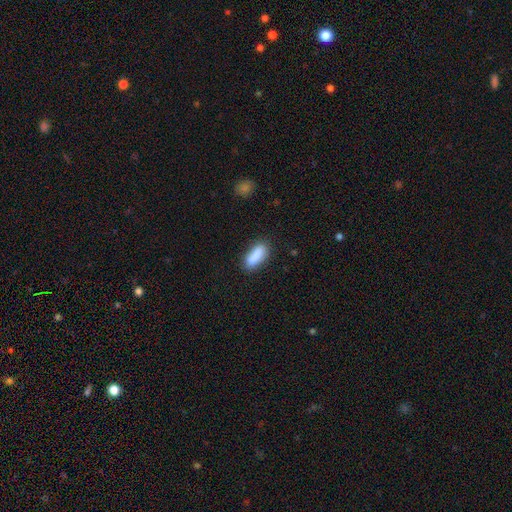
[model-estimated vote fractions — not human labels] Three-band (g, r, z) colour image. It shows a smooth galaxy with no disk features (87%) that is in between round and cigar-shaped (72%). Merging: none (79%).